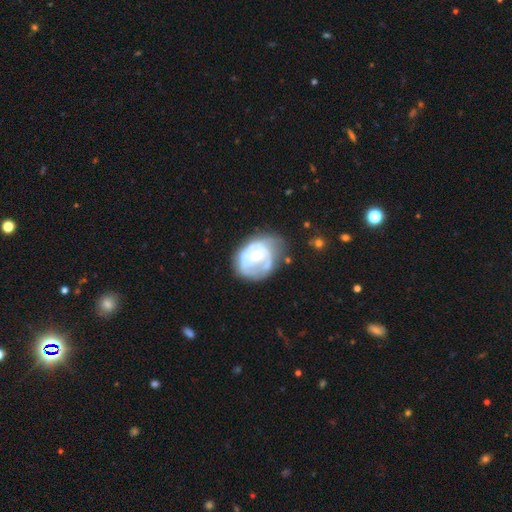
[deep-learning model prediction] A featured or disk galaxy (70%) with no bar (62%), spiral arms (67%) and a small central bulge (51%).

Vote fractions:
- Smooth or featured? featured or disk: 70% / smooth: 24% / star or artifact: 6%
- Edge-on disk? no: 98% / yes: 2%
- Bar? no: 62% / weak: 30% / strong: 8%
- Spiral arms? yes: 67% / no: 33%
- Bulge size? small: 51% / moderate: 41% / none: 4% / large: 3% / dominant: 1%
- Merging? none: 44% / minor disturbance: 31% / major disturbance: 22% / merger: 4%